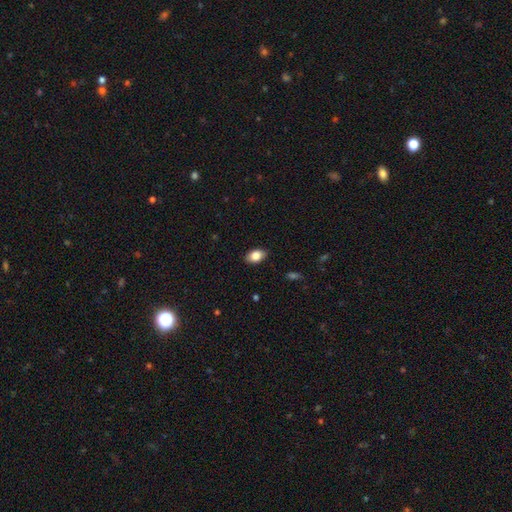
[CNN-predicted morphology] smooth 85%, featured or disk 7%, star or artifact 7%. Down the decision tree: how rounded — in between (88%); merging — none (86%).